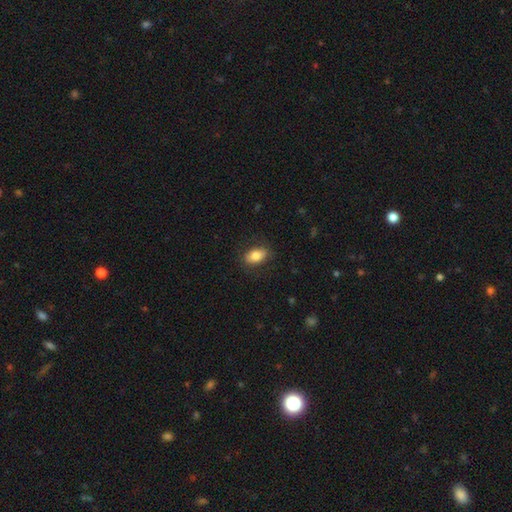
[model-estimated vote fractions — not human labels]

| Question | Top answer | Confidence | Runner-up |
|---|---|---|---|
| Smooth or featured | smooth | 81% | featured or disk (11%) |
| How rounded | in between | 88% | round (9%) |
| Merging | none | 83% | minor disturbance (12%) |